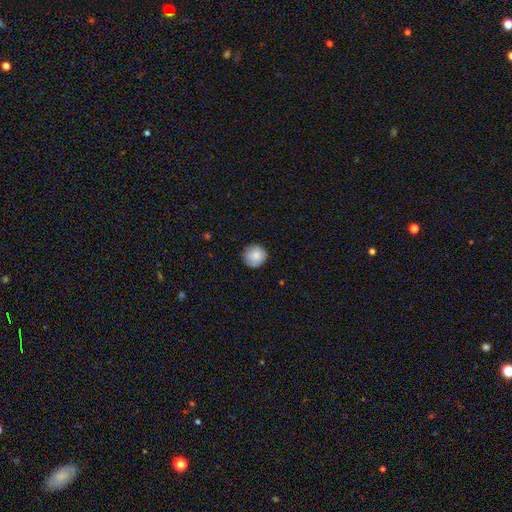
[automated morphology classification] Smooth or featured? Predicted: smooth (p=0.86). How rounded? Predicted: round (p=0.95). Merging? Predicted: none (p=0.88).